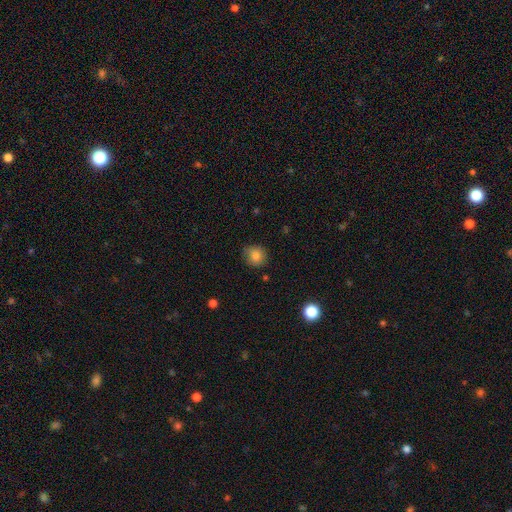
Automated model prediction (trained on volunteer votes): Morphology: type=smooth (82%); roundness=round (87%); merging=none (79%).